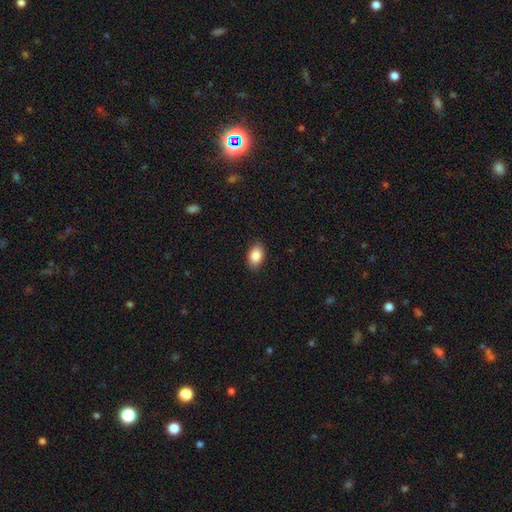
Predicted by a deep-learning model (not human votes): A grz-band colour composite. It shows a smooth galaxy with no disk features (87%) that is in between round and cigar-shaped (91%). Merging: none (88%).